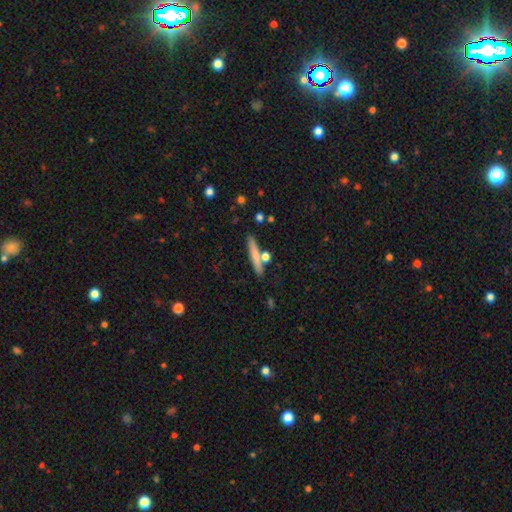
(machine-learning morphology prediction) smooth-or-featured: smooth: 64% | featured or disk: 29% | star or artifact: 7%
  how-rounded: cigar-shaped: 88% | in between: 8% | round: 4%
  merging: none: 76% | merger: 11% | minor disturbance: 10% | major disturbance: 3%